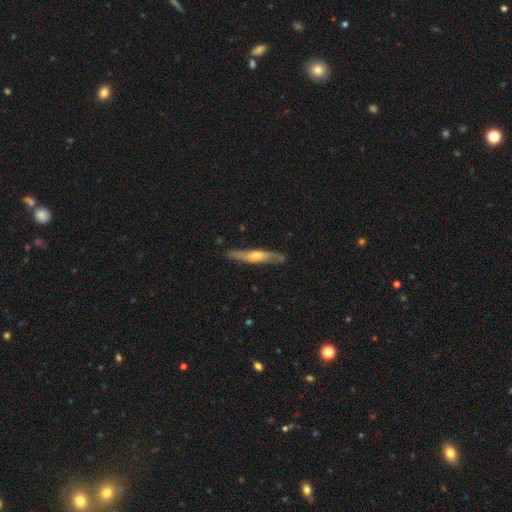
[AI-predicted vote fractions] A featured or disk galaxy (59%) viewed edge-on (82%).

Vote fractions:
- Smooth or featured? featured or disk: 59% / smooth: 36% / star or artifact: 5%
- Edge-on disk? yes: 82% / no: 18%
- Merging? none: 84% / minor disturbance: 12% / major disturbance: 2% / merger: 1%